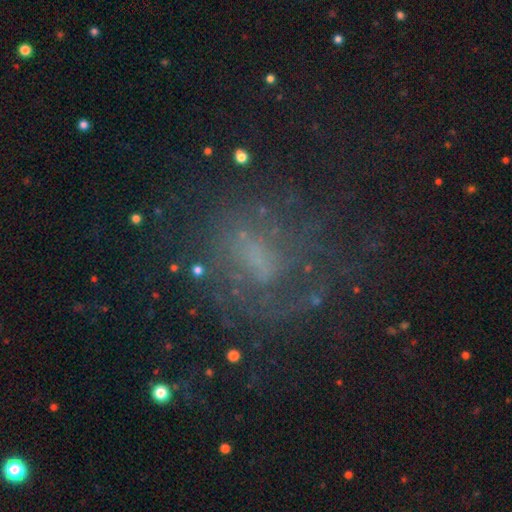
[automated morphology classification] Q: Smooth or featured?
A: featured or disk (48%); runner-up: star or artifact (26%)
Q: Merging?
A: none (60%); runner-up: major disturbance (19%)